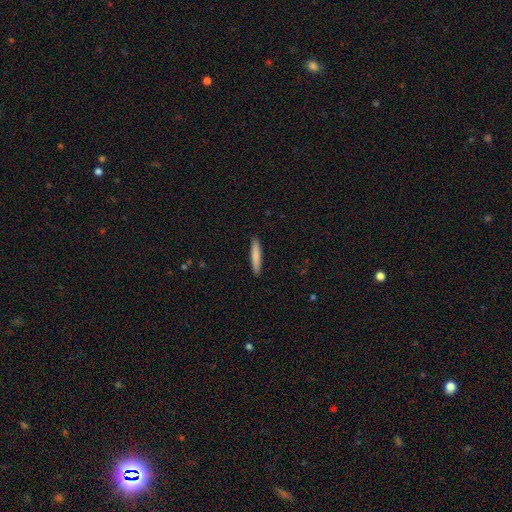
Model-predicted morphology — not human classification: Q: Smooth or featured?
A: smooth (79%); runner-up: featured or disk (15%)
Q: How rounded?
A: cigar-shaped (94%); runner-up: in between (5%)
Q: Merging?
A: none (91%); runner-up: minor disturbance (6%)